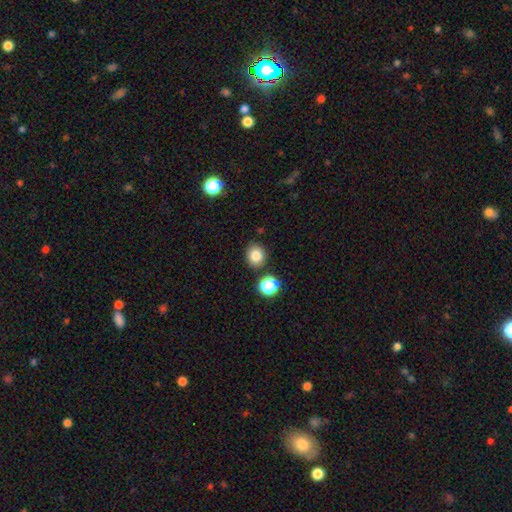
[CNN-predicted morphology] The model was most divided on "how rounded": round: 79%, in between: 21%, cigar-shaped: 1%. More confident: merging — none (85%); smooth or featured — smooth (82%).